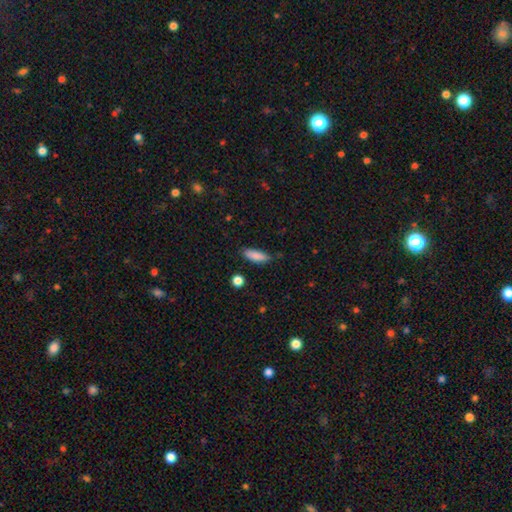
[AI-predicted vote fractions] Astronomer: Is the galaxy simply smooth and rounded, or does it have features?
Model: smooth — 87%.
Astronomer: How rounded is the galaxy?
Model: in between — 65%.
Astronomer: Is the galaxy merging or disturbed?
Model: none — 78%.